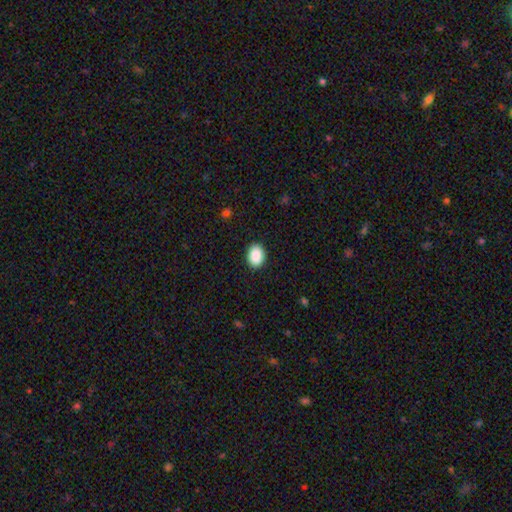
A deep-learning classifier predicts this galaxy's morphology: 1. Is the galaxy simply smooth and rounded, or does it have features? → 90% smooth, 7% star or artifact, 3% featured or disk.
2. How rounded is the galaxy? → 76% in between, 23% round, 1% cigar-shaped.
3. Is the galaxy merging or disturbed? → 90% none, 7% minor disturbance, 2% major disturbance, 1% merger.